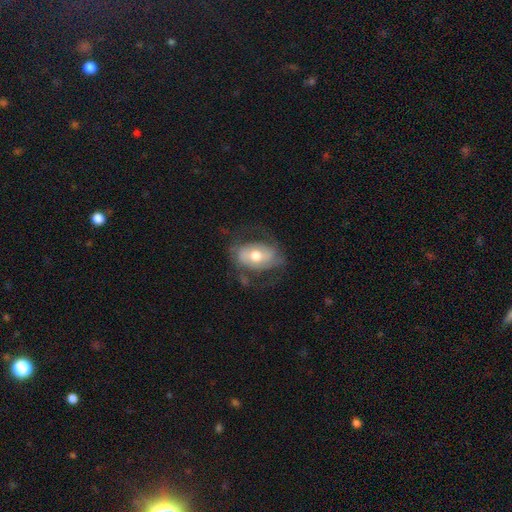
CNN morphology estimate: Overall: featured or disk (59%; smooth 35%). Edge-on disk: no (93%). Bar: no (50%; weak 33%). Spiral arms: yes (62%; no 38%). Bulge size: moderate (73%). Merging: none (54%; minor disturbance 23%).